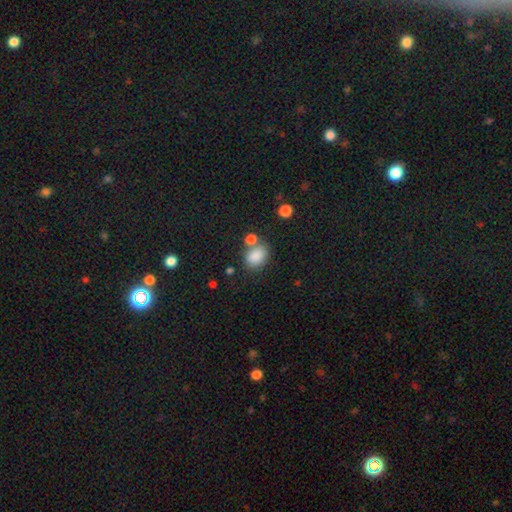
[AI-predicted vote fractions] The model was most divided on "how rounded": in between: 64%, round: 35%, cigar-shaped: 1%. More confident: smooth or featured — smooth (85%); merging — none (59%).